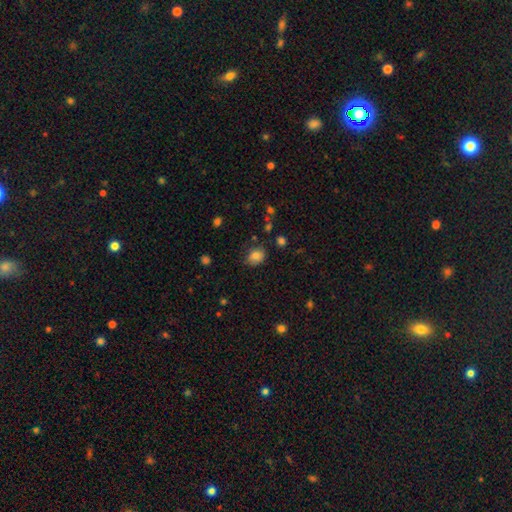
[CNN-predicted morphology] type=smooth (81%); roundness=in between (51%); merging=none (71%).